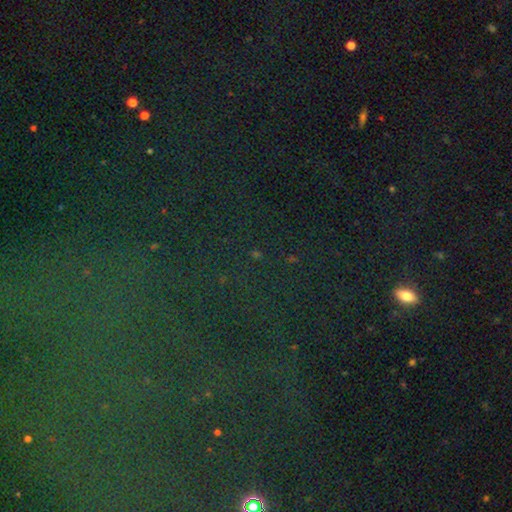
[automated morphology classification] smooth_or_featured: star or artifact (p=0.81) [alt: smooth p=0.10]